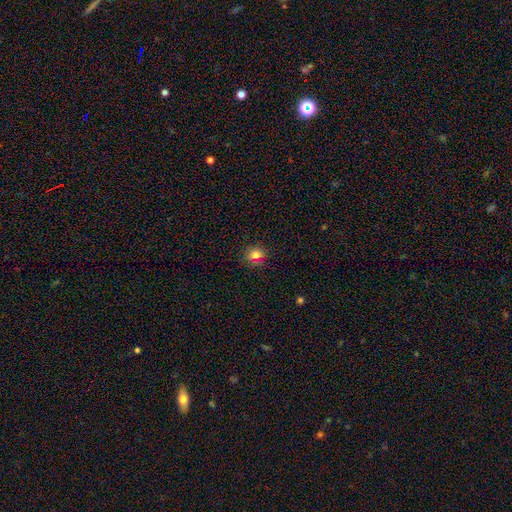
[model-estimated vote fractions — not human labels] This is likely a smooth galaxy (76%). How rounded: clearly round (83%). Merging: clearly none (87%).